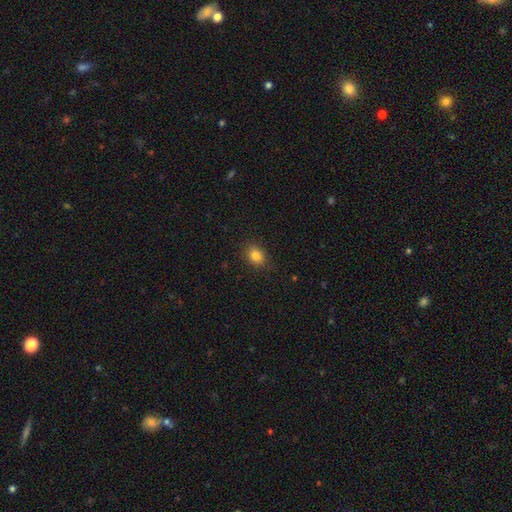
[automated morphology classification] Q: Smooth or featured?
A: smooth (83%); runner-up: star or artifact (11%)
Q: How rounded?
A: in between (51%); runner-up: round (48%)
Q: Merging?
A: none (86%); runner-up: minor disturbance (10%)